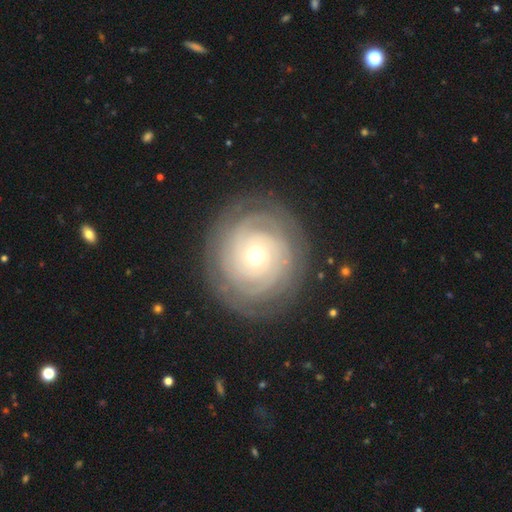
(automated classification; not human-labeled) The model was most divided on "bulge size": moderate: 49%, small: 46%, large: 3%, dominant: 1%, none: 1%. Remaining: edge-on disk — no (97%); spiral arms — yes (95%); spiral winding — tight (86%); merging — none (85%); smooth or featured — featured or disk (82%); bar — no (82%); spiral arm count — can't tell (33%).